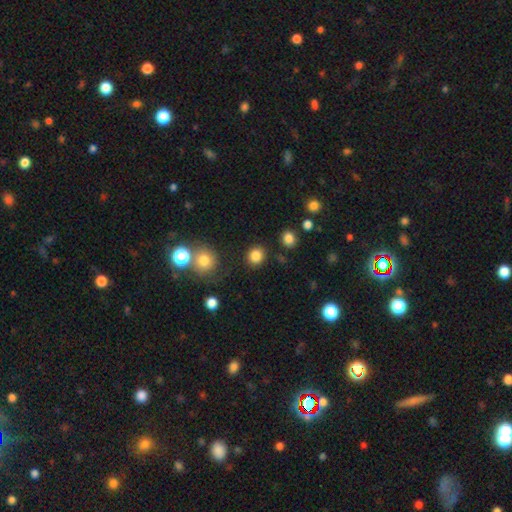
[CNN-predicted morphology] A smooth galaxy with no disk features (83%) that is round (83%).

Vote fractions:
- Smooth or featured? smooth: 83% / star or artifact: 12% / featured or disk: 5%
- How rounded? round: 83% / in between: 16% / cigar-shaped: 1%
- Merging? none: 86% / minor disturbance: 7% / merger: 3% / major disturbance: 3%